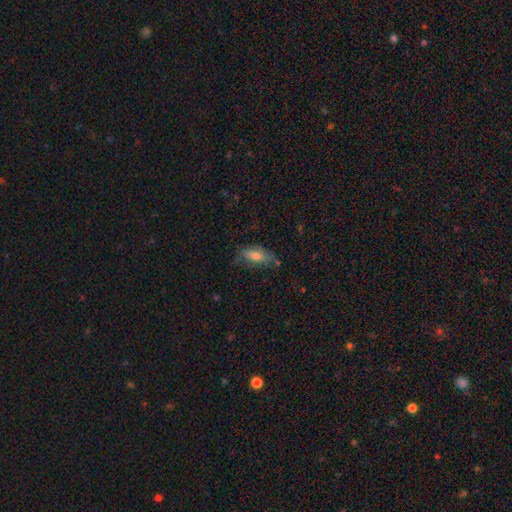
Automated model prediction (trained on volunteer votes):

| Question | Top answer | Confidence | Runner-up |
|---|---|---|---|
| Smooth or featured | smooth | 64% | featured or disk (27%) |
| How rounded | in between | 76% | cigar-shaped (20%) |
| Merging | none | 57% | minor disturbance (29%) |